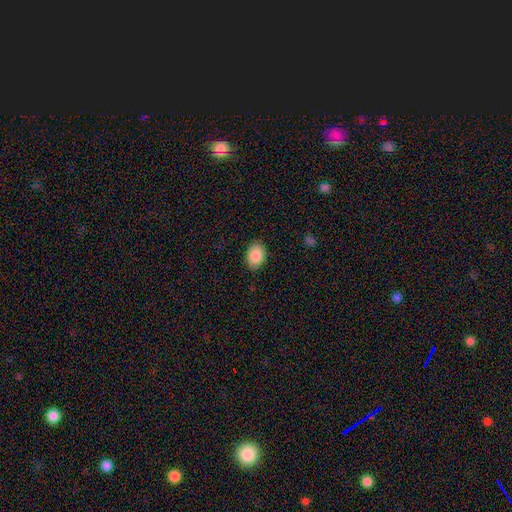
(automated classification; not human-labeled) A smooth galaxy with no disk features (87%) that is in between round and cigar-shaped (77%).

Vote fractions:
- Smooth or featured? smooth: 87% / star or artifact: 7% / featured or disk: 6%
- How rounded? in between: 77% / round: 22% / cigar-shaped: 1%
- Merging? none: 88% / minor disturbance: 9% / major disturbance: 2% / merger: 1%